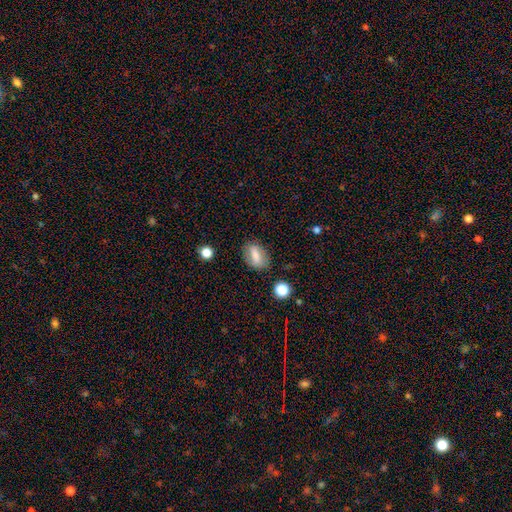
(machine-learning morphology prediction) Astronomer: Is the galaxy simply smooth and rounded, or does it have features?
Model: smooth — 71%.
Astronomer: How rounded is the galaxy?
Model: in between — 79%.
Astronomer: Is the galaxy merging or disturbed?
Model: none — 77%.